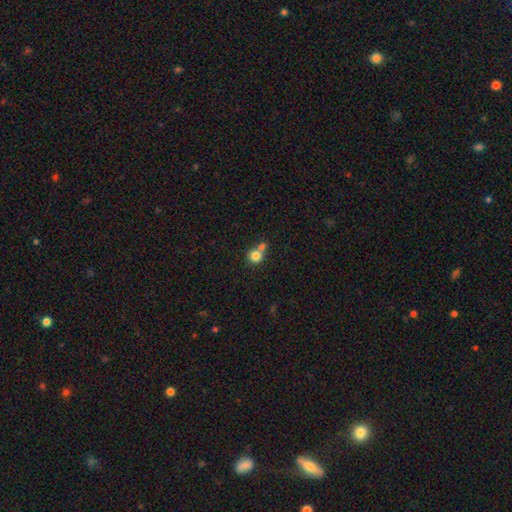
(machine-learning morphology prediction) Q: Smooth or featured?
A: smooth (80%); runner-up: star or artifact (10%)
Q: How rounded?
A: round (87%); runner-up: in between (12%)
Q: Merging?
A: none (45%); tied with: merger (45%)